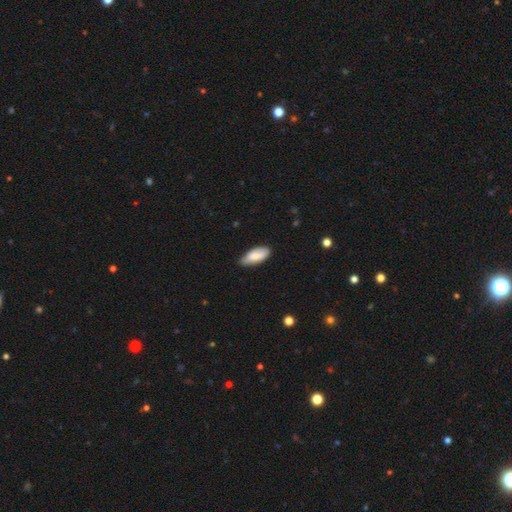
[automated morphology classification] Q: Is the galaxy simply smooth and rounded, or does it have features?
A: smooth — 79%.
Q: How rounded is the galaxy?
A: in between — 86%.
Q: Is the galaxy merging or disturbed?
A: none — 62%.